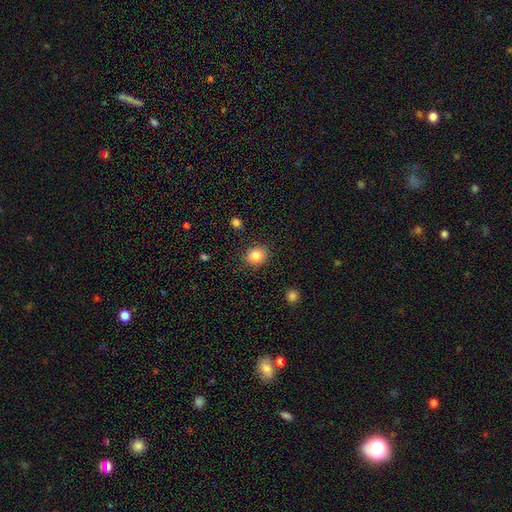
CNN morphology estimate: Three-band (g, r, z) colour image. It shows a smooth galaxy with no disk features (84%) that is round (67%). Merging: none (86%).